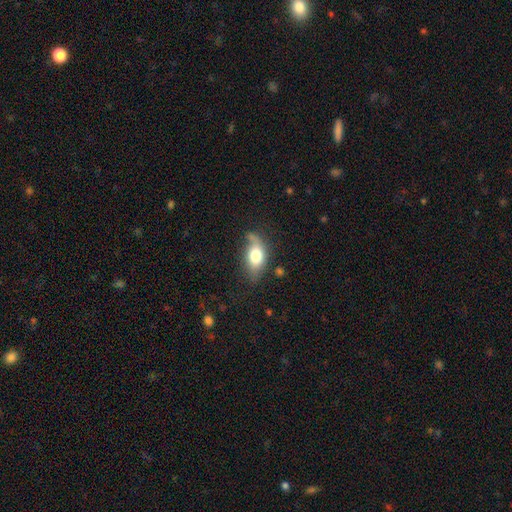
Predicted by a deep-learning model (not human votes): Morphology: type=smooth (69%); roundness=in between (86%); merging=none (51%).